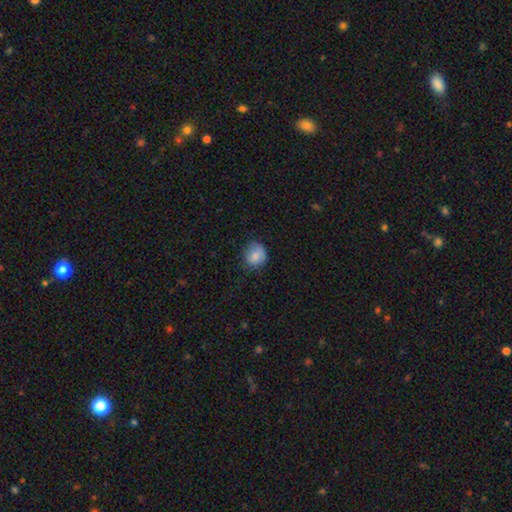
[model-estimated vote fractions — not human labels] Smooth or featured?
  - smooth: 82% *
  - featured or disk: 10%
  - star or artifact: 8%
How rounded?
  - round: 76% *
  - in between: 23%
  - cigar-shaped: 1%
Merging?
  - none: 65% *
  - minor disturbance: 26%
  - major disturbance: 8%
  - merger: 1%